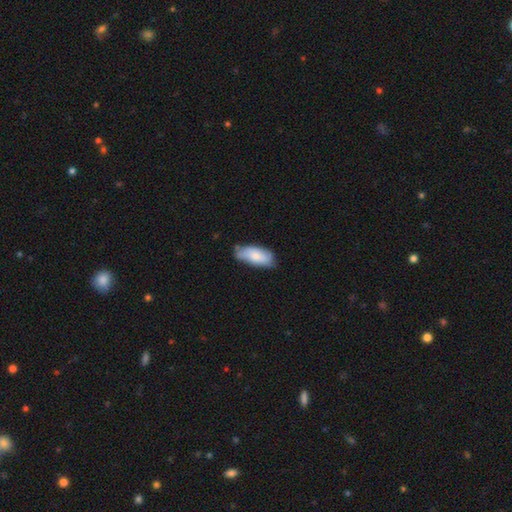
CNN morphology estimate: Overall: smooth (76%). How rounded: in between (88%). Merging: none (60%; minor disturbance 32%).